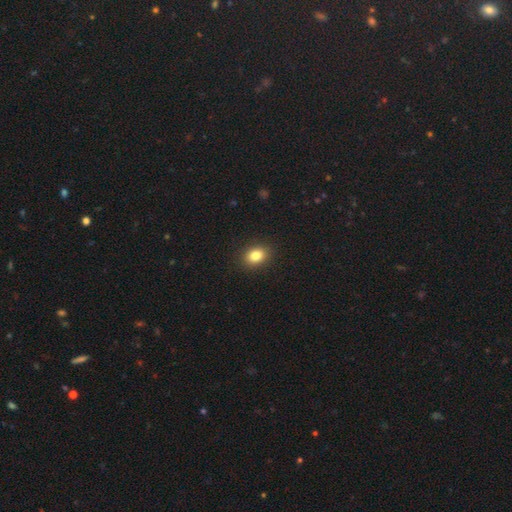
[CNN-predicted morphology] Smooth or featured?
  - smooth: 83% *
  - star or artifact: 10%
  - featured or disk: 7%
How rounded?
  - in between: 59% *
  - round: 40%
  - cigar-shaped: 1%
Merging?
  - none: 90% *
  - minor disturbance: 7%
  - major disturbance: 2%
  - merger: 1%